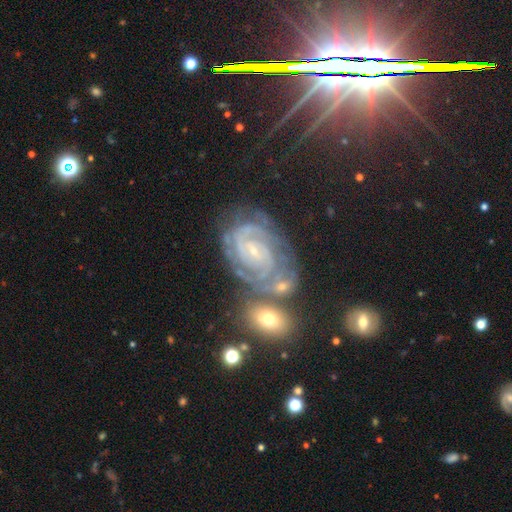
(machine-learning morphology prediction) type=featured or disk (71%); edge-on=no (94%); bar=weak (42%); spiral arms=yes (92%); winding=tight (66%); arm count=2 (36%); bulge=small (71%); merging=none (55%).